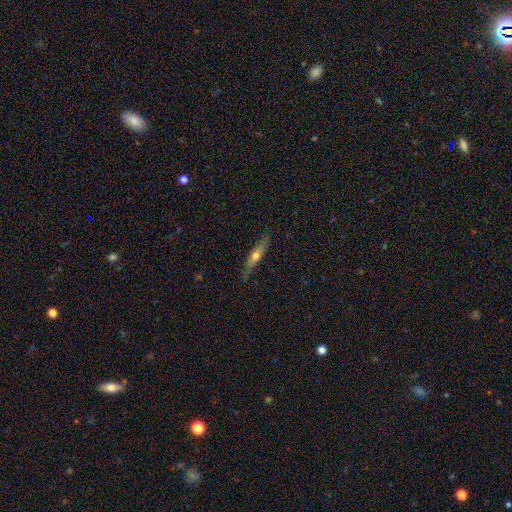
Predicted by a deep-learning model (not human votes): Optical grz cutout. It shows a featured or disk galaxy (51%) viewed edge-on (83%). Merging: none (79%).